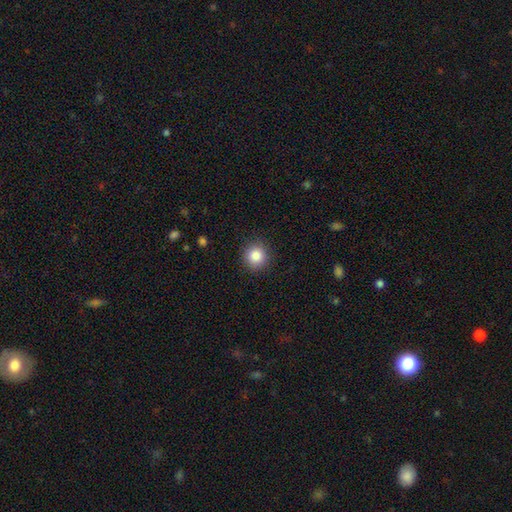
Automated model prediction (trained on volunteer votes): Q: Smooth or featured?
A: smooth (85%); runner-up: star or artifact (10%)
Q: How rounded?
A: round (92%); runner-up: in between (7%)
Q: Merging?
A: none (90%); runner-up: minor disturbance (7%)